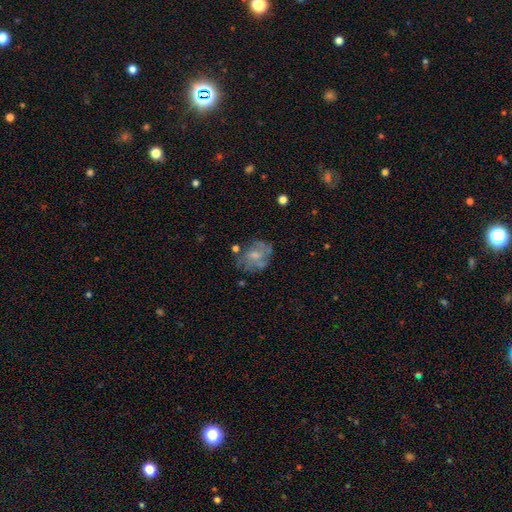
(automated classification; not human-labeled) featured or disk 52%, smooth 39%, star or artifact 10%. Down the decision tree: edge-on disk — no (97%); bar — no (69%); spiral arms — no (55%); bulge size — small (44%); merging — none (55%).